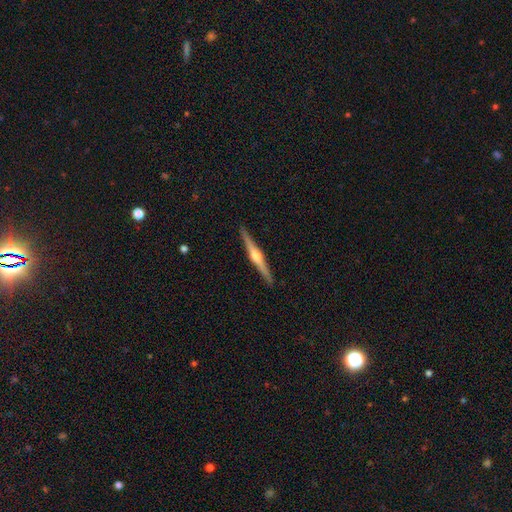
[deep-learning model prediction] Q: Smooth or featured?
A: featured or disk (82%); runner-up: smooth (14%)
Q: Edge-on disk?
A: yes (99%); runner-up: no (1%)
Q: Edge-on bulge?
A: rounded (92%); runner-up: boxy (5%)
Q: Merging?
A: none (92%); runner-up: minor disturbance (6%)